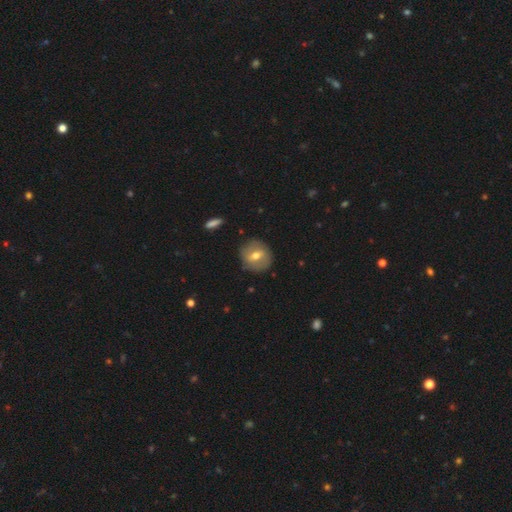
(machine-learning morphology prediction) type=smooth (51%); roundness=round (82%); merging=none (83%).